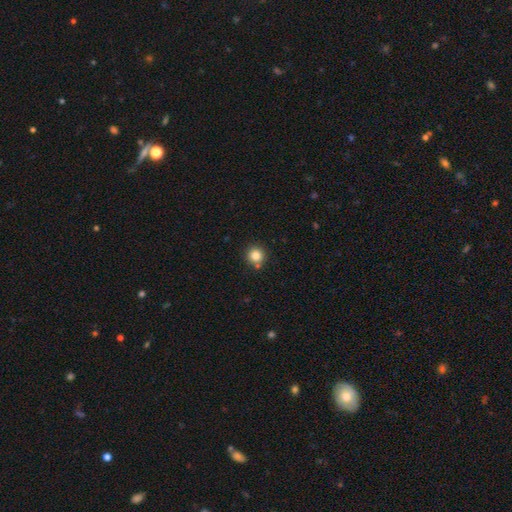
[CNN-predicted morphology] Smooth or featured? smooth (83%)
How rounded? round (95%)
Merging? none (81%)